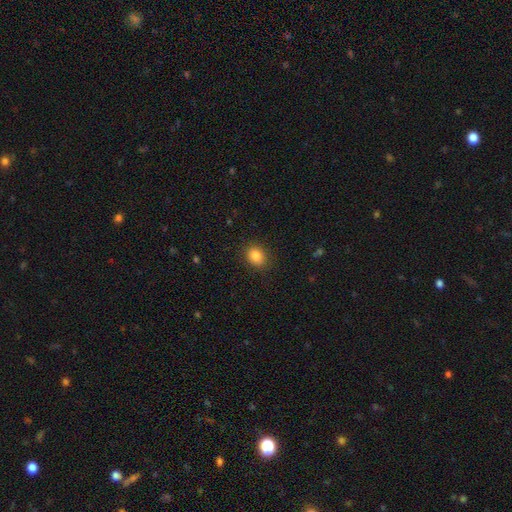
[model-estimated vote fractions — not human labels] This appears to be a smooth galaxy with no disk features (85%) that is round (55%). Merging: none (88%).